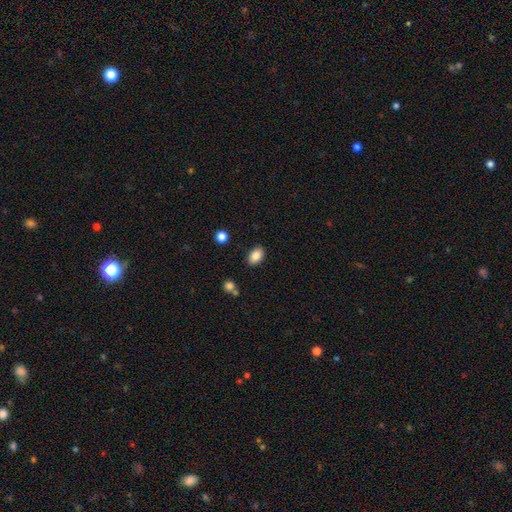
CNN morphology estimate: smooth_or_featured: smooth (p=0.86) [alt: star or artifact p=0.08]
how_rounded: in between (p=0.85) [alt: round p=0.13]
merging: none (p=0.86) [alt: minor disturbance p=0.09]